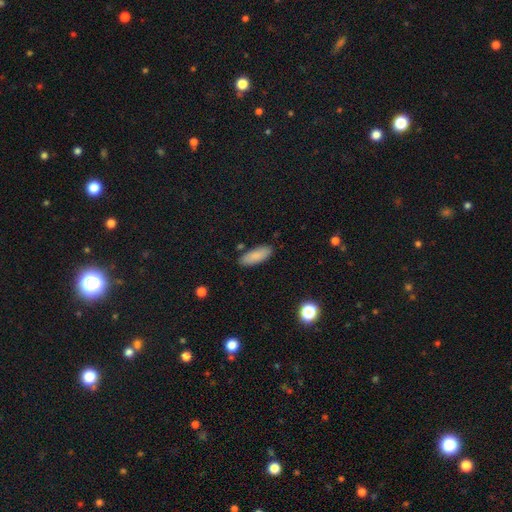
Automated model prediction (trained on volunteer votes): smooth_or_featured: smooth (p=0.86) [alt: star or artifact p=0.07]
how_rounded: in between (p=0.69) [alt: cigar-shaped p=0.29]
merging: none (p=0.85) [alt: minor disturbance p=0.10]